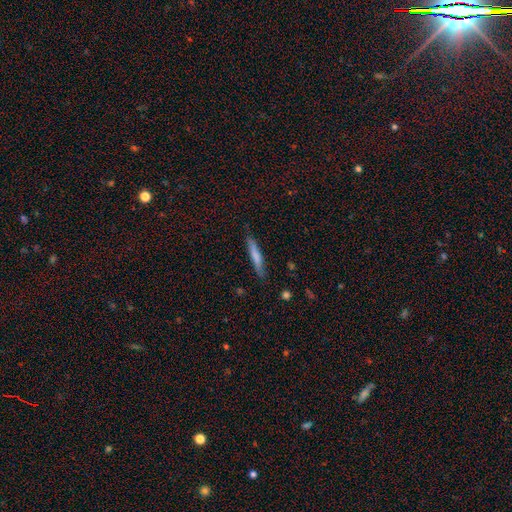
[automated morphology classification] smooth 71%, featured or disk 23%, star or artifact 6%. Down the decision tree: how rounded — cigar-shaped (92%); merging — none (84%).